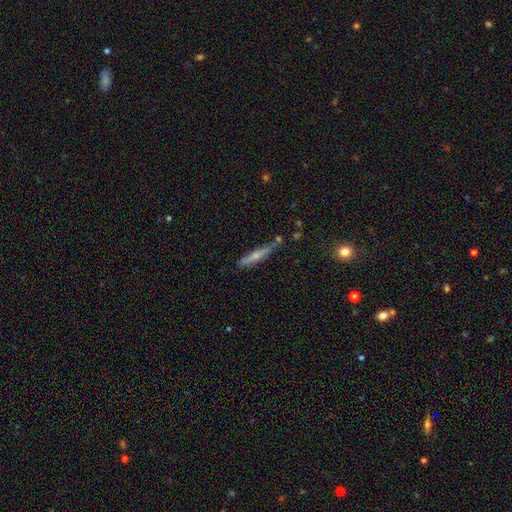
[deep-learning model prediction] Smooth or featured? Predicted: smooth (p=0.51). How rounded? Predicted: cigar-shaped (p=0.90). Merging? Predicted: none (p=0.67).